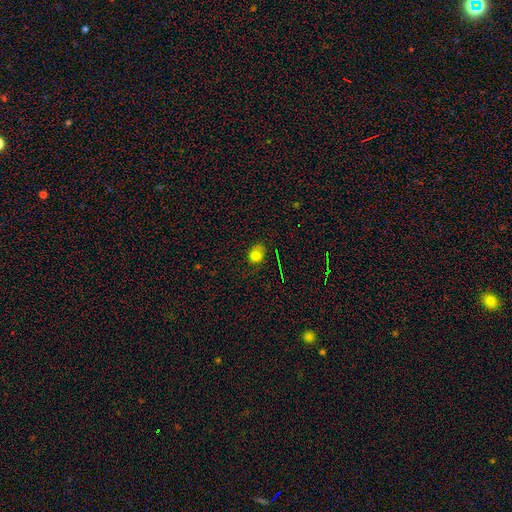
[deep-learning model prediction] The model was most divided on "how rounded": in between: 56%, round: 42%, cigar-shaped: 1%. More confident: smooth or featured — smooth (77%); merging — none (54%).